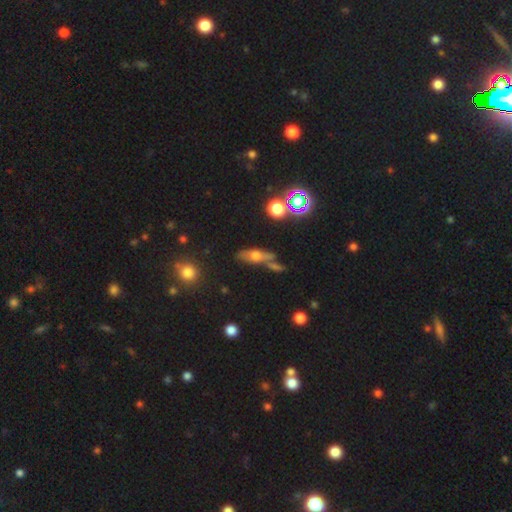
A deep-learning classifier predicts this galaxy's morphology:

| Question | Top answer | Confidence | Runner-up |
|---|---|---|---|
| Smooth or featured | smooth | 46% | featured or disk (36%) |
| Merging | none | 50% | merger (23%) |